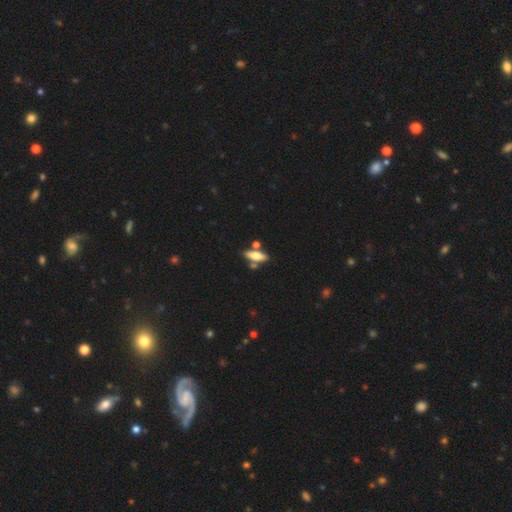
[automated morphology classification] smooth_or_featured: smooth (p=0.55) [alt: featured or disk p=0.38]
how_rounded: in between (p=0.61) [alt: cigar-shaped p=0.35]
merging: none (p=0.68) [alt: merger p=0.16]